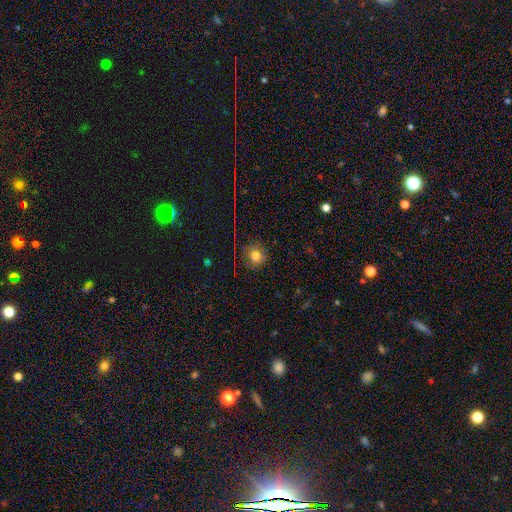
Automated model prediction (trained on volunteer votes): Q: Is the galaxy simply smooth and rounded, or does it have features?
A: smooth — 75%.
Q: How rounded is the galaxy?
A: round — 87%.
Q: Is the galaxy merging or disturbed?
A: none — 79%.